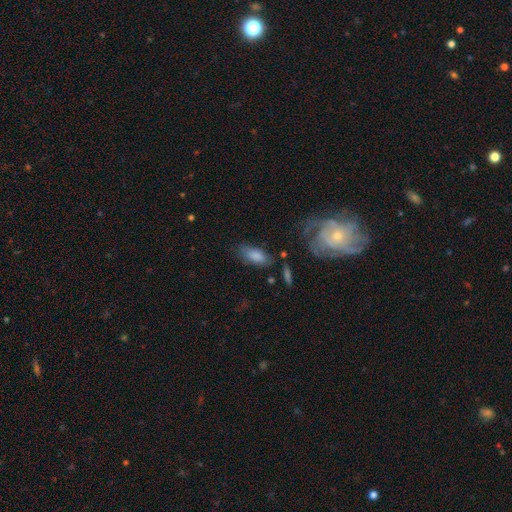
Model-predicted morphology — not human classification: Overall: smooth (80%). How rounded: in between (83%). Merging: none (70%).